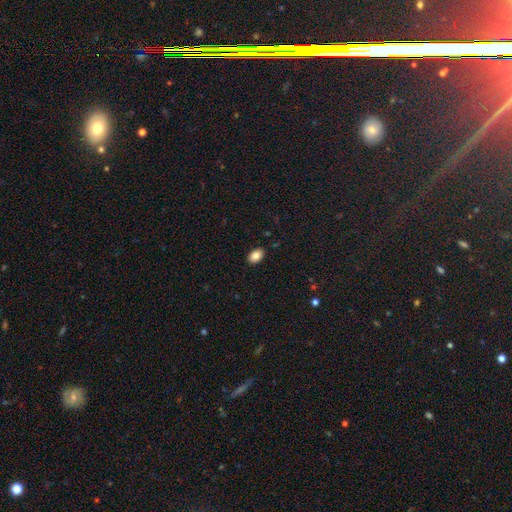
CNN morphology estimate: Overall: smooth (86%). How rounded: in between (87%). Merging: none (88%).